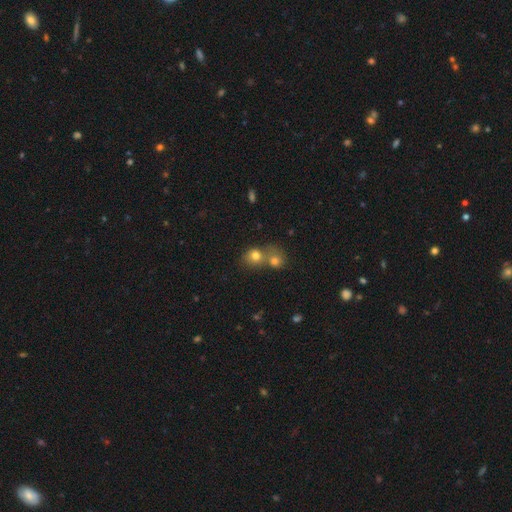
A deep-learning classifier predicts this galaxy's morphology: type=smooth (75%); roundness=round (72%); merging=merger (58%).